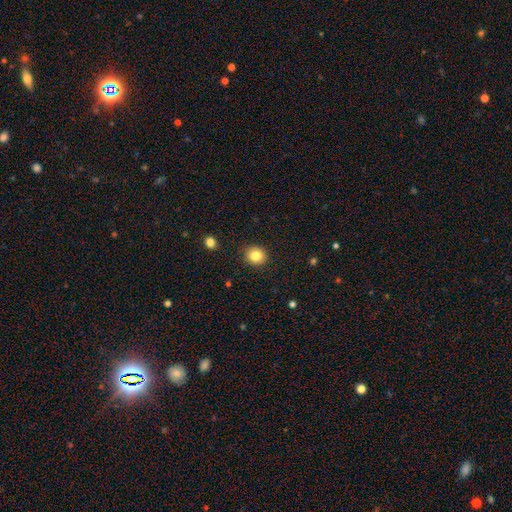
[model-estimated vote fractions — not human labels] smooth 83%, star or artifact 10%, featured or disk 7%. Down the decision tree: how rounded — round (83%); merging — none (91%).